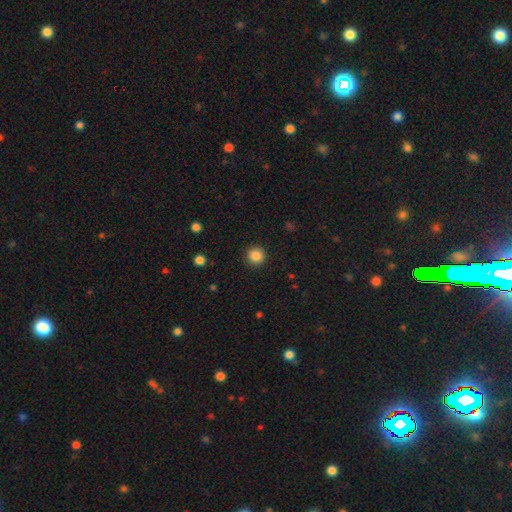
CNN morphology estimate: Smooth or featured: smooth — 87% (star or artifact — 10%)
How rounded: round — 93% (in between — 6%)
Merging: none — 91% (minor disturbance — 6%)